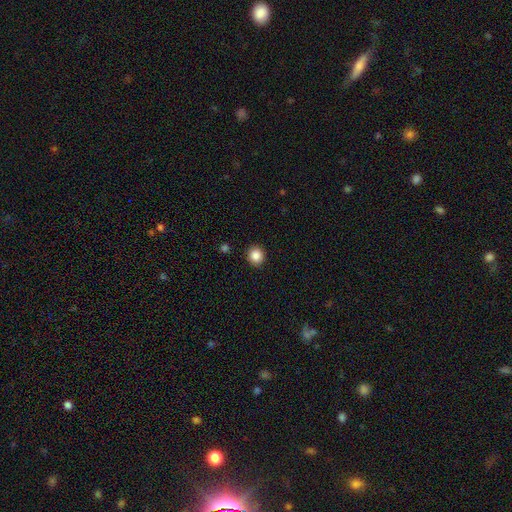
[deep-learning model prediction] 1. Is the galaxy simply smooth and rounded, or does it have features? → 86% smooth, 10% star or artifact, 4% featured or disk.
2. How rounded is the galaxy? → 89% round, 10% in between, 1% cigar-shaped.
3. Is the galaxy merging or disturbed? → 92% none, 5% minor disturbance, 2% major disturbance, 1% merger.